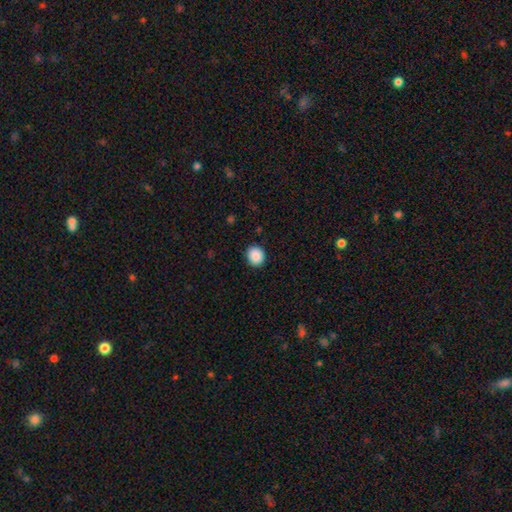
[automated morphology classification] Smooth or featured: smooth — 89% (star or artifact — 8%)
How rounded: round — 83% (in between — 16%)
Merging: none — 90% (minor disturbance — 7%)